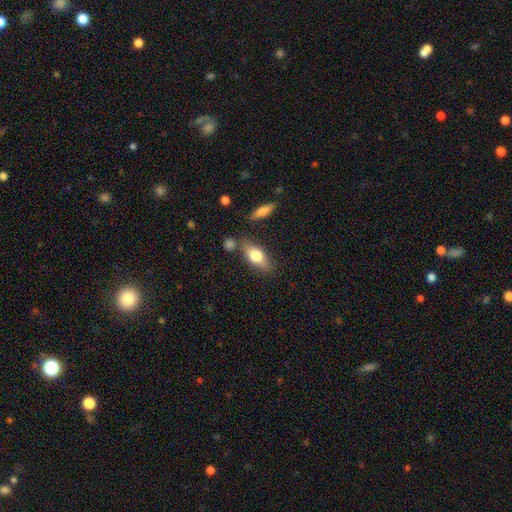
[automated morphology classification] This is likely a smooth galaxy (72%). How rounded: likely in between (78%). Merging: likely none (73%).